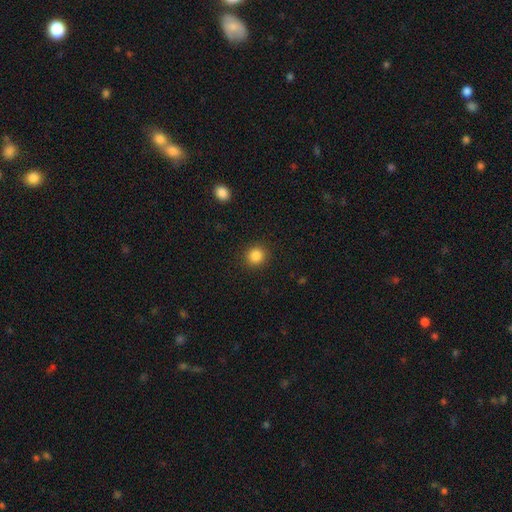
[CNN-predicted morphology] Smooth or featured? Predicted: smooth (p=0.86). How rounded? Predicted: round (p=0.90). Merging? Predicted: none (p=0.91).